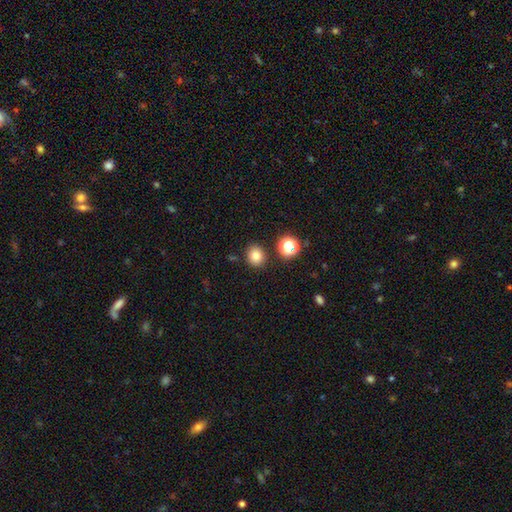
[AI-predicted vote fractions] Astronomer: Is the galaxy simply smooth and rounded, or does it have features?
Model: smooth — 80%.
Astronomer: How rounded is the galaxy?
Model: round — 72%.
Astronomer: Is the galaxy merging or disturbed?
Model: none — 85%.